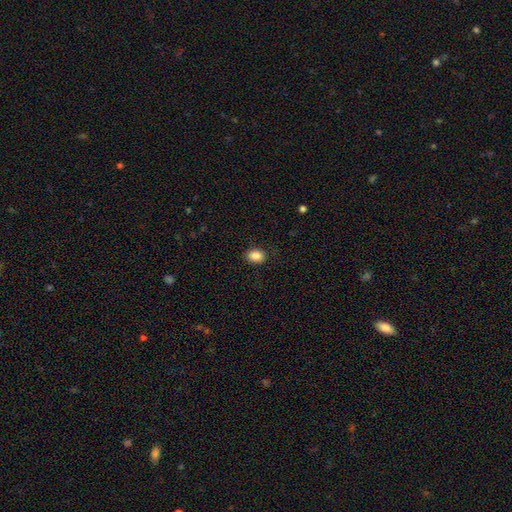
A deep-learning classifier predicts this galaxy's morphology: This appears to be a smooth galaxy with no disk features (88%) that is in between round and cigar-shaped (69%). Merging: none (88%).